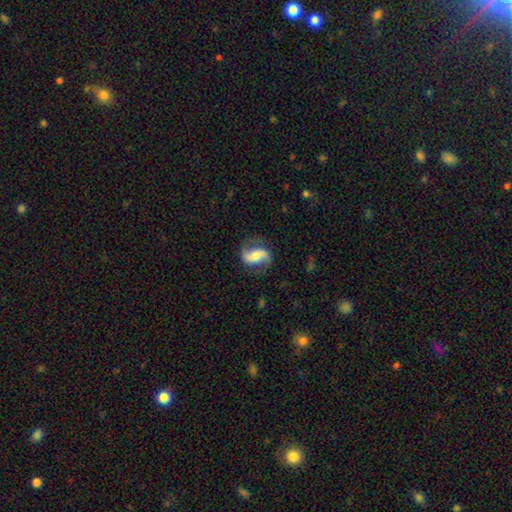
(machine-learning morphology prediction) Overall: featured or disk (77%). Edge-on disk: no (96%). Bar: no (35%; weak 34%). Spiral arms: yes (94%). Spiral arm count: 2 (91%). Spiral winding: loose (58%; medium 32%). Bulge size: moderate (49%; small 34%). Merging: none (76%).